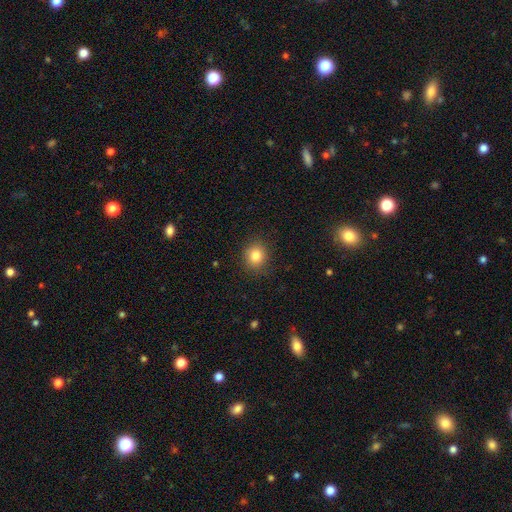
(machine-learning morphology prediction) This appears to be a smooth galaxy with no disk features (83%) that is round (76%). Merging: none (87%).